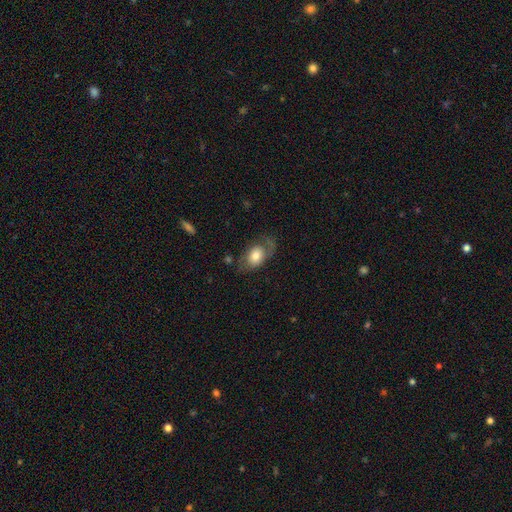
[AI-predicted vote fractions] smooth_or_featured: smooth (p=0.64) [alt: featured or disk p=0.29]
how_rounded: in between (p=0.80) [alt: round p=0.18]
merging: none (p=0.54) [alt: minor disturbance p=0.24]